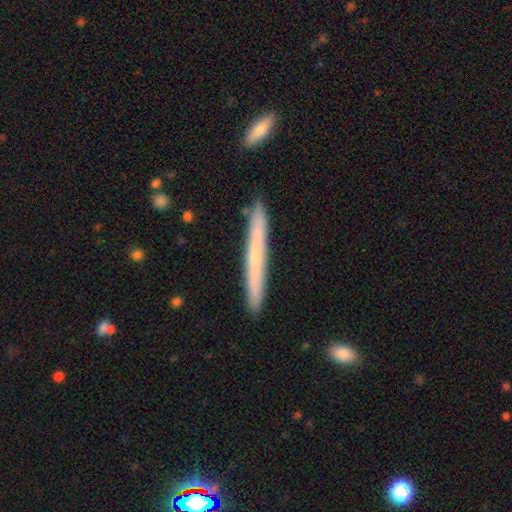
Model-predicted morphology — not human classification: Smooth or featured? Predicted: smooth (p=0.54). How rounded? Predicted: cigar-shaped (p=0.97). Merging? Predicted: none (p=0.90).